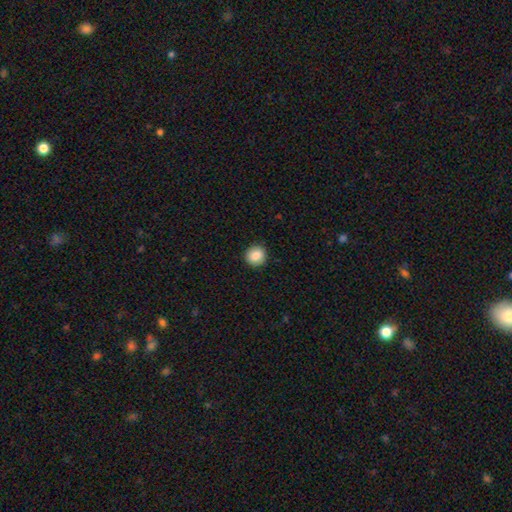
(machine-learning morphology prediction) Overall: smooth (87%). How rounded: round (90%). Merging: none (91%).